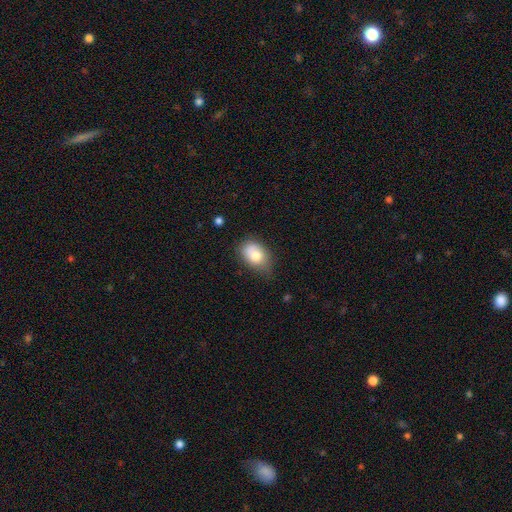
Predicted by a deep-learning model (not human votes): The model was most divided on "merging": none: 49%, minor disturbance: 32%, merger: 10%, major disturbance: 8%. More confident: smooth or featured — smooth (76%); how rounded — in between (75%).